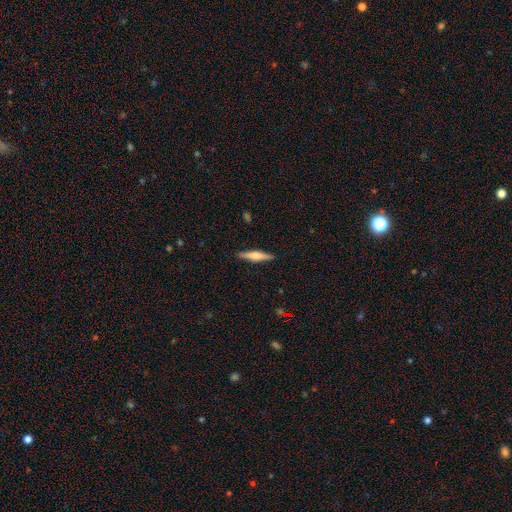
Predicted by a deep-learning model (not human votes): This is possibly a featured or disk galaxy (52%). It is clearly viewed edge-on (96%). Edge-on bulge: clearly rounded (82%). Merging: clearly none (90%).